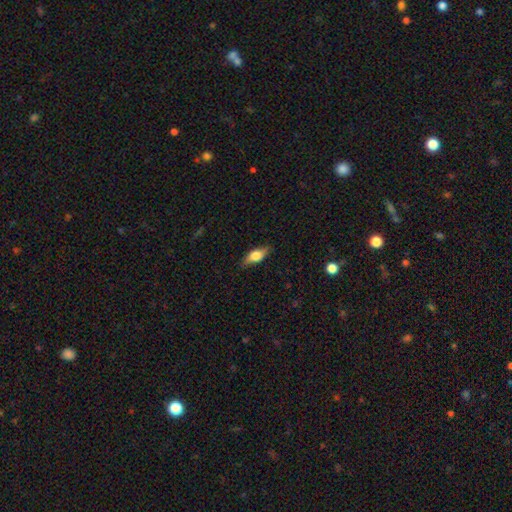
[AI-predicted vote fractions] This is likely a smooth galaxy (63%). How rounded: likely in between (73%). Merging: clearly none (82%).